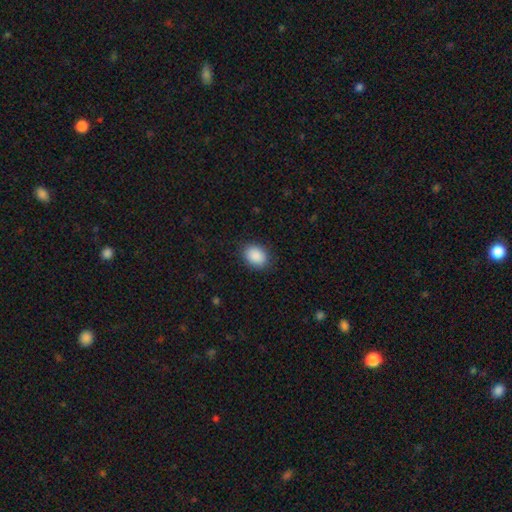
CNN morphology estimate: Q: Smooth or featured?
A: smooth (90%); runner-up: star or artifact (7%)
Q: How rounded?
A: in between (67%); runner-up: round (32%)
Q: Merging?
A: none (87%); runner-up: minor disturbance (10%)